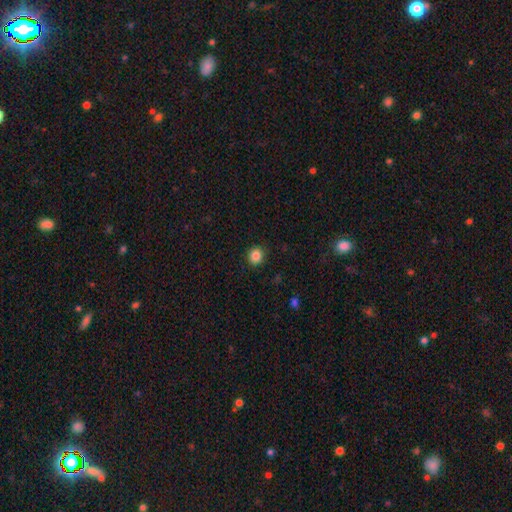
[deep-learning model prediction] This appears to be a smooth galaxy with no disk features (86%) that is round (83%). Merging: none (91%).